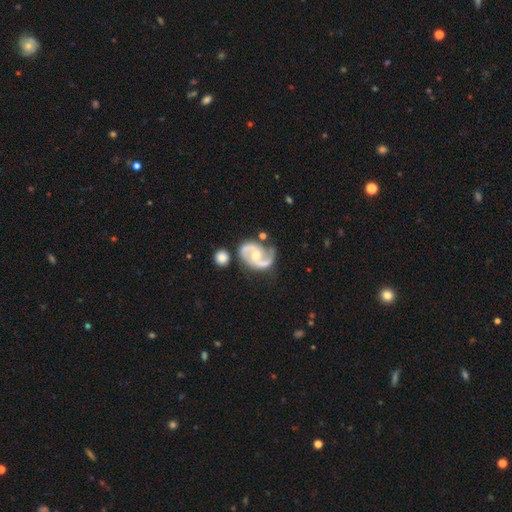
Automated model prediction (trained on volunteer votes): Smooth or featured? featured or disk (91%)
Edge-on disk? no (98%)
Bar? no (49%)
Spiral arms? yes (98%)
Spiral winding? medium (58%)
Spiral arm count? 2 (91%)
Bulge size? moderate (50%)
Merging? none (60%)